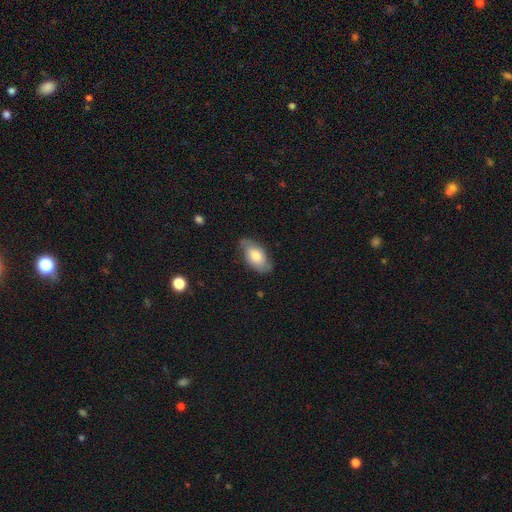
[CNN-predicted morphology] Q: Smooth or featured?
A: smooth (61%); runner-up: featured or disk (33%)
Q: How rounded?
A: in between (93%); runner-up: round (4%)
Q: Merging?
A: none (72%); runner-up: minor disturbance (21%)